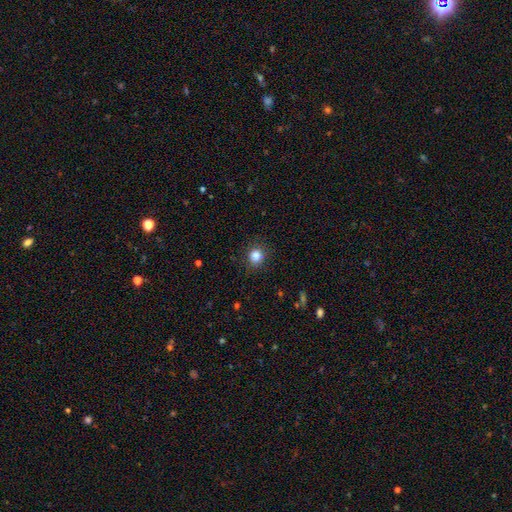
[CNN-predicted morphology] The model was most divided on "how rounded": round: 83%, in between: 16%, cigar-shaped: 1%. More confident: merging — none (87%); smooth or featured — smooth (84%).